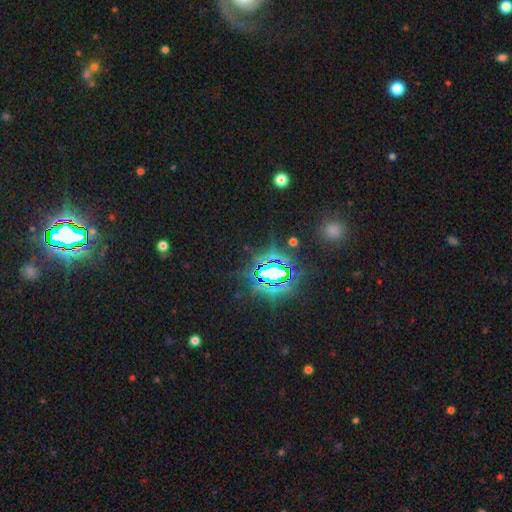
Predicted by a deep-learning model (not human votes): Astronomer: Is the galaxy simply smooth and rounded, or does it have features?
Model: star or artifact — 84%.